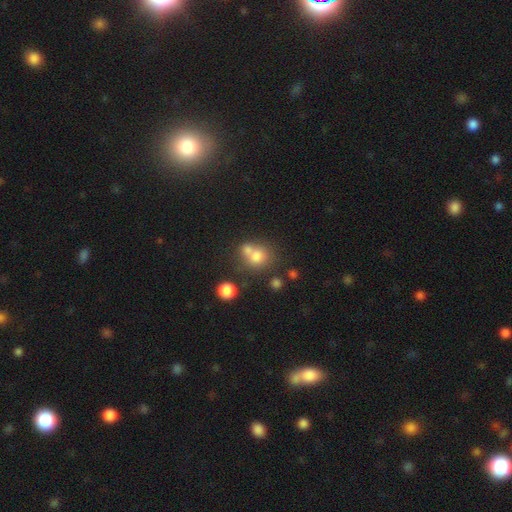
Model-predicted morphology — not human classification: A smooth galaxy with no disk features (72%) that is round (72%).

Vote fractions:
- Smooth or featured? smooth: 72% / featured or disk: 15% / star or artifact: 14%
- How rounded? round: 72% / in between: 27% / cigar-shaped: 1%
- Merging? merger: 48% / none: 37% / minor disturbance: 10% / major disturbance: 5%